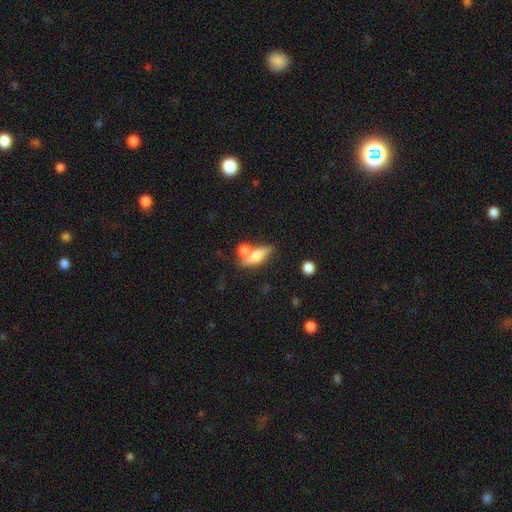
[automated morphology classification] The model was most divided on "how rounded": in between: 52%, cigar-shaped: 38%, round: 10%. Remaining: smooth or featured — smooth (56%); merging — none (50%).